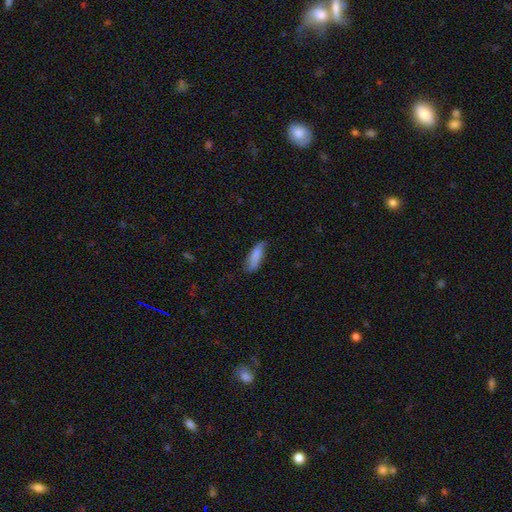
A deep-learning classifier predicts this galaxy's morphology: A smooth galaxy with no disk features (82%) that is in between round and cigar-shaped (59%). Merging: none (62%).